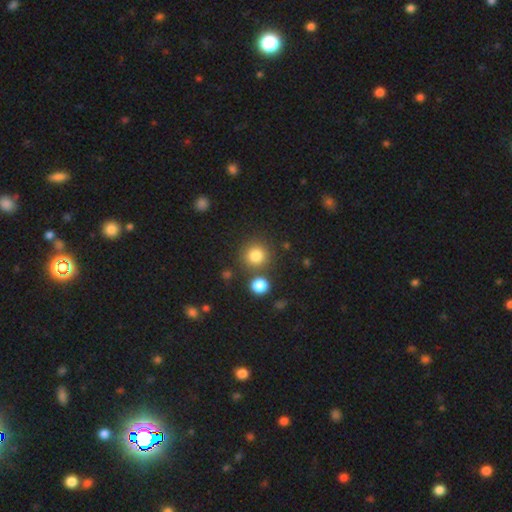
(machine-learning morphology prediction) A smooth galaxy with no disk features (81%) that is round (91%). Merging: none (79%).